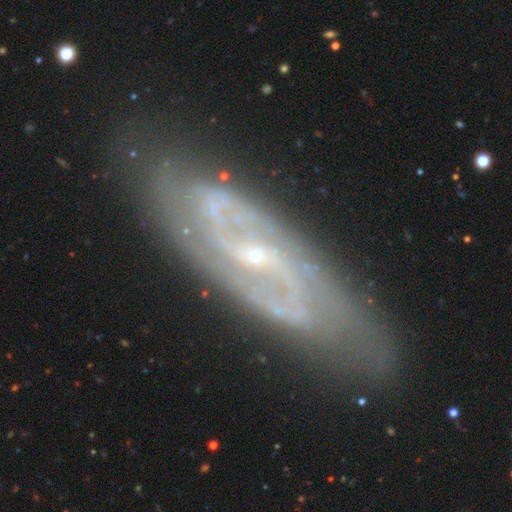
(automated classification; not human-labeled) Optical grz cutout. It shows a featured or disk galaxy (87%) with a weak bar (42%), 2 (66%) tight (48%) spiral arms (96%) and a small central bulge (79%). Merging: none (80%).